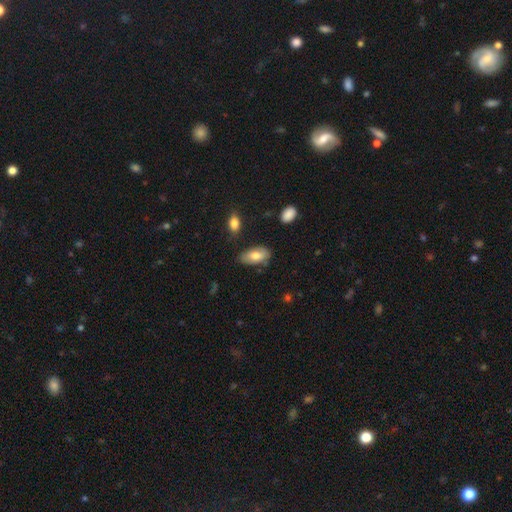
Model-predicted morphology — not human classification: Smooth or featured? smooth (75%)
How rounded? in between (93%)
Merging? none (71%)